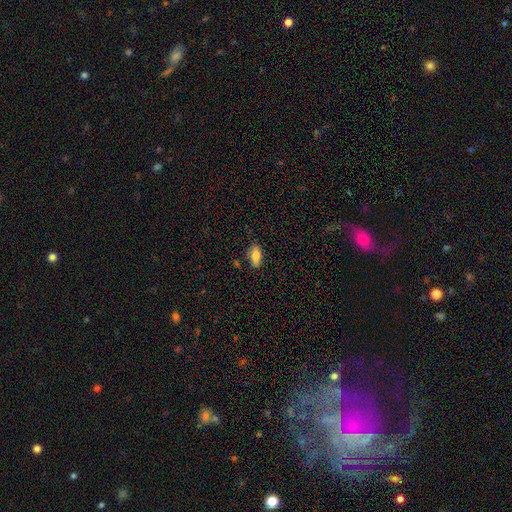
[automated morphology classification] Smooth or featured? Predicted: smooth (p=0.75). How rounded? Predicted: in between (p=0.83). Merging? Predicted: none (p=0.81).